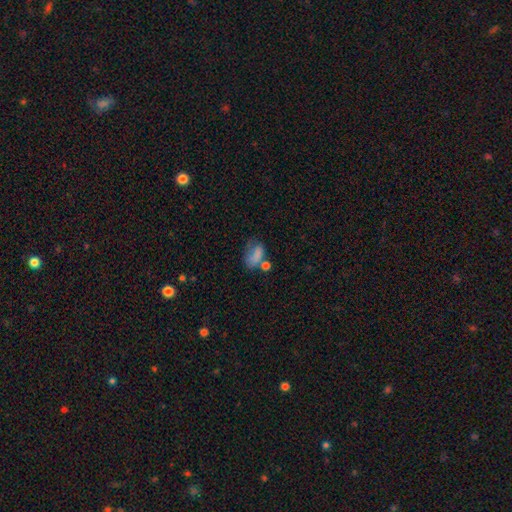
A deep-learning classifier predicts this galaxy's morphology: Q: Smooth or featured?
A: smooth (71%); runner-up: featured or disk (17%)
Q: How rounded?
A: in between (84%); runner-up: round (14%)
Q: Merging?
A: none (32%); runner-up: major disturbance (26%)